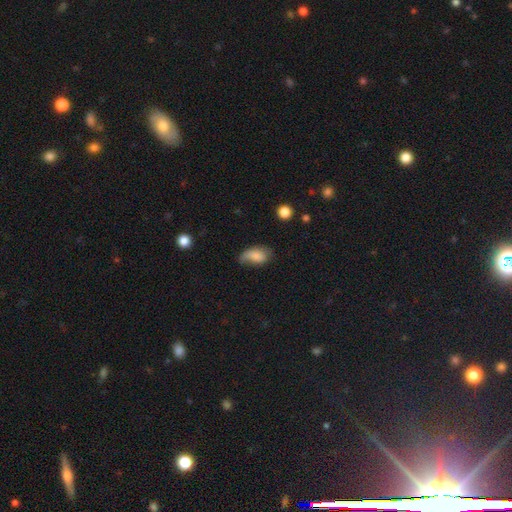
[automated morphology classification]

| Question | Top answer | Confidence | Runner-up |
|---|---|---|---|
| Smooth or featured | smooth | 73% | featured or disk (18%) |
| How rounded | in between | 91% | round (7%) |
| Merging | none | 39% | minor disturbance (37%) |